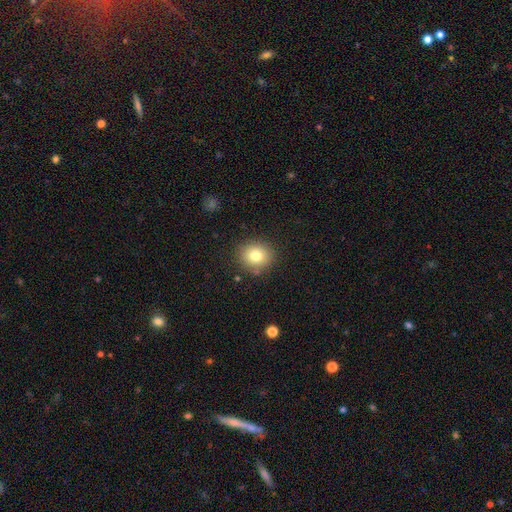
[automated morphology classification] Overall: smooth (79%). How rounded: round (80%). Merging: none (86%).